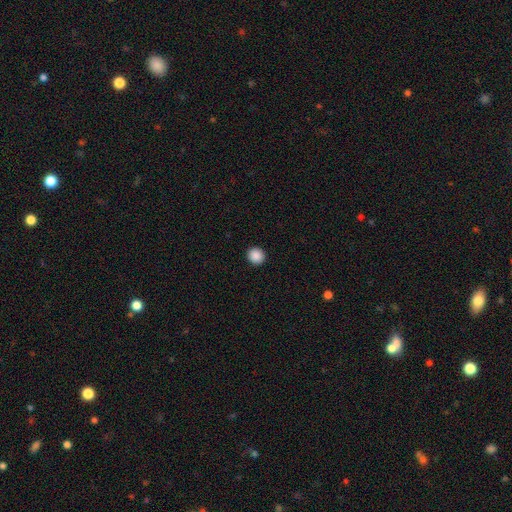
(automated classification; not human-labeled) The model was most divided on "smooth or featured": smooth: 89%, star or artifact: 9%, featured or disk: 2%. More confident: merging — none (93%); how rounded — round (92%).